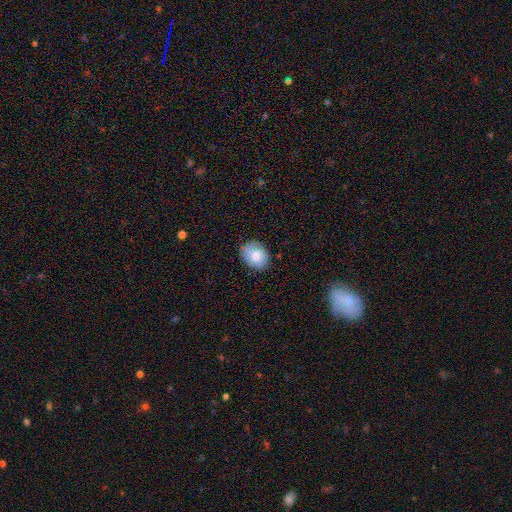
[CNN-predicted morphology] A smooth galaxy with no disk features (75%) that is in between round and cigar-shaped (61%).

Vote fractions:
- Smooth or featured? smooth: 75% / featured or disk: 17% / star or artifact: 7%
- How rounded? in between: 61% / round: 38% / cigar-shaped: 1%
- Merging? none: 82% / minor disturbance: 14% / major disturbance: 3% / merger: 1%